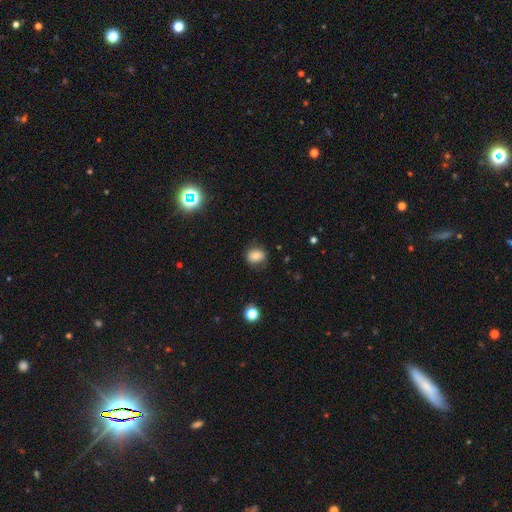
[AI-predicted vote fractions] This appears to be a smooth galaxy with no disk features (76%) that is round (60%). Merging: none (76%).